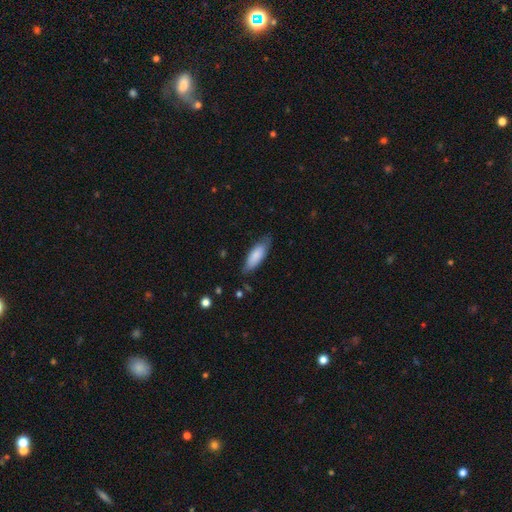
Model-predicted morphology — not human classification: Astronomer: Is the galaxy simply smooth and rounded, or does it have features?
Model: smooth — 81%.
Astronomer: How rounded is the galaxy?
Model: in between — 64%.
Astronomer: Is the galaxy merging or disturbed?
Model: none — 73%.